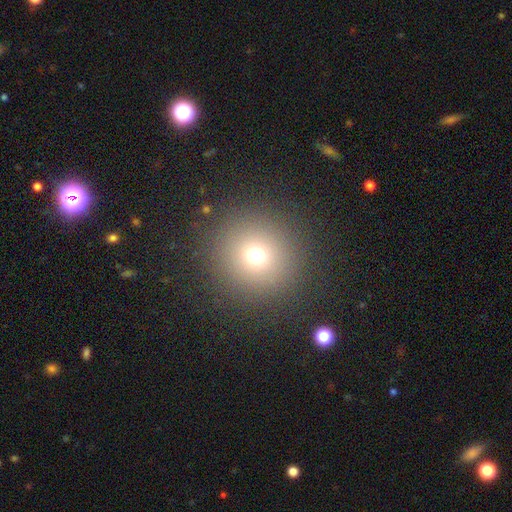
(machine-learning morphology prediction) The model was most divided on "smooth or featured": smooth: 70%, star or artifact: 21%, featured or disk: 9%. More confident: how rounded — round (94%); merging — none (89%).